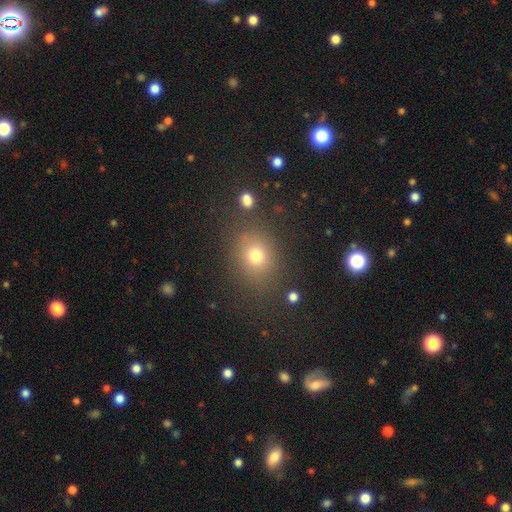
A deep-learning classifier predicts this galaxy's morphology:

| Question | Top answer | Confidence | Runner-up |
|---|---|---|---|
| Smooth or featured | smooth | 74% | star or artifact (17%) |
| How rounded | round | 60% | in between (39%) |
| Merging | none | 80% | minor disturbance (11%) |